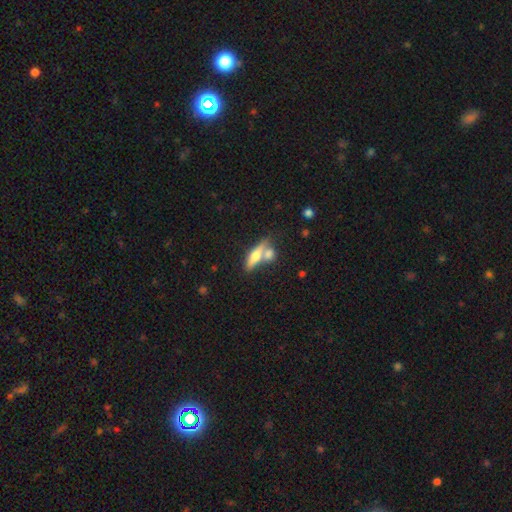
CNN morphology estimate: smooth_or_featured: smooth (p=0.53) [alt: featured or disk p=0.39]
how_rounded: cigar-shaped (p=0.57) [alt: in between p=0.38]
merging: none (p=0.43) [alt: merger p=0.41]